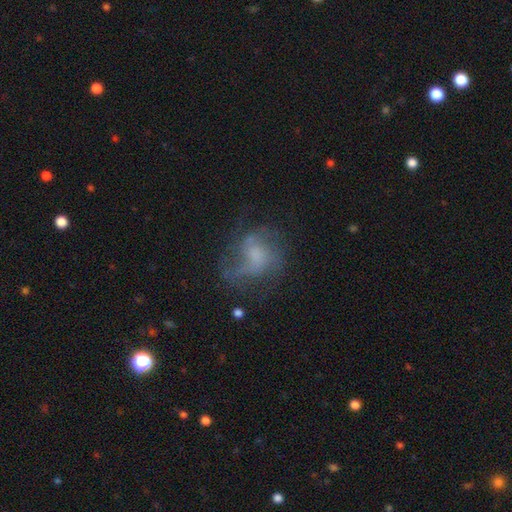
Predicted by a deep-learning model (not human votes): The model was most divided on "bulge size": none: 36%, moderate: 28%, small: 24%, large: 10%, dominant: 2%. Remaining: edge-on disk — no (97%); spiral arms — yes (70%); bar — no (67%); smooth or featured — featured or disk (56%); merging — none (49%).